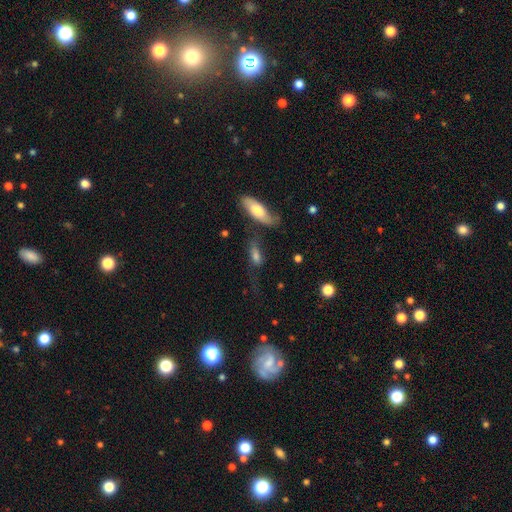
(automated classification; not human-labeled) smooth 57%, featured or disk 29%, star or artifact 14%. Down the decision tree: how rounded — in between (63%); merging — none (44%).